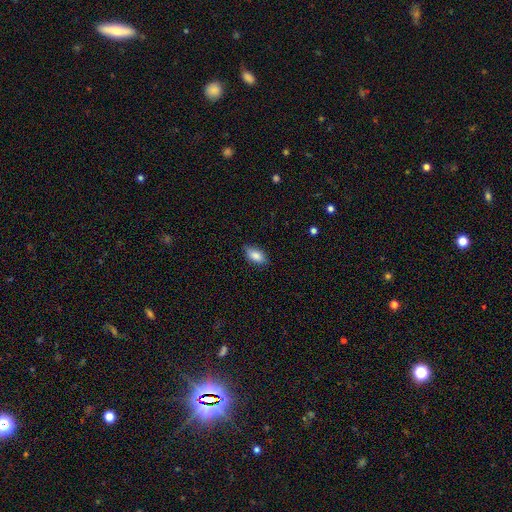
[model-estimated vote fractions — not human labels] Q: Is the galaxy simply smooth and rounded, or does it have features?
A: smooth — 84%.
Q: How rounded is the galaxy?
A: in between — 89%.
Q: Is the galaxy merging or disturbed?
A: none — 78%.